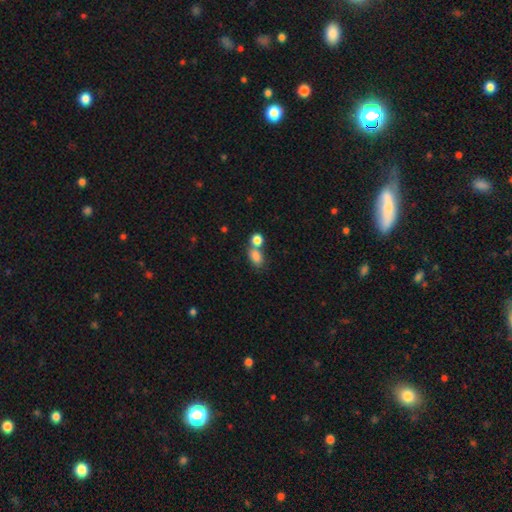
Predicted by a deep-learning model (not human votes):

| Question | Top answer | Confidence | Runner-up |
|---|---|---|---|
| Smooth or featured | smooth | 82% | star or artifact (10%) |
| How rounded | in between | 70% | round (28%) |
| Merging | merger | 47% | none (38%) |